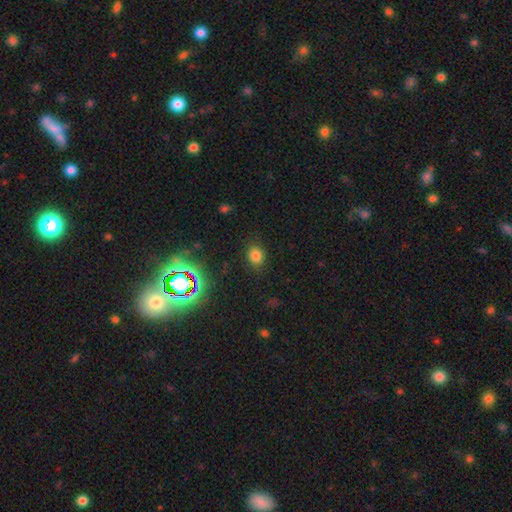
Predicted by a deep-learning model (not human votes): Overall: smooth (77%). How rounded: round (65%; in between 34%). Merging: none (86%).